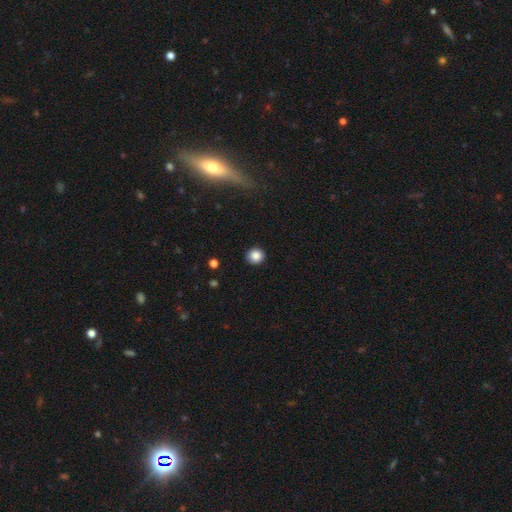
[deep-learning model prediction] Overall: smooth (86%). How rounded: round (91%). Merging: none (91%).